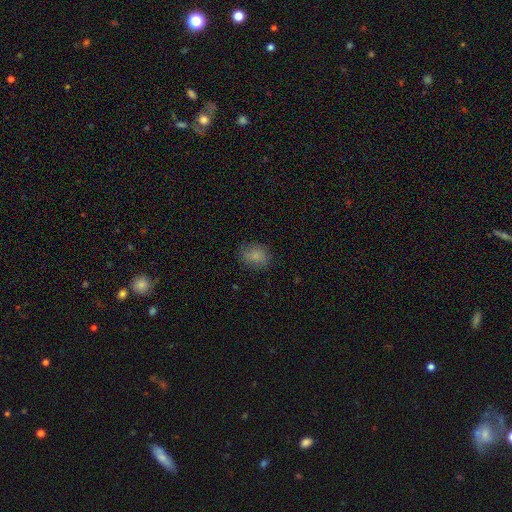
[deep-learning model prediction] A smooth galaxy with no disk features (81%) that is in between round and cigar-shaped (57%).

Vote fractions:
- Smooth or featured? smooth: 81% / star or artifact: 10% / featured or disk: 9%
- How rounded? in between: 57% / round: 42% / cigar-shaped: 1%
- Merging? none: 76% / minor disturbance: 17% / major disturbance: 5% / merger: 1%